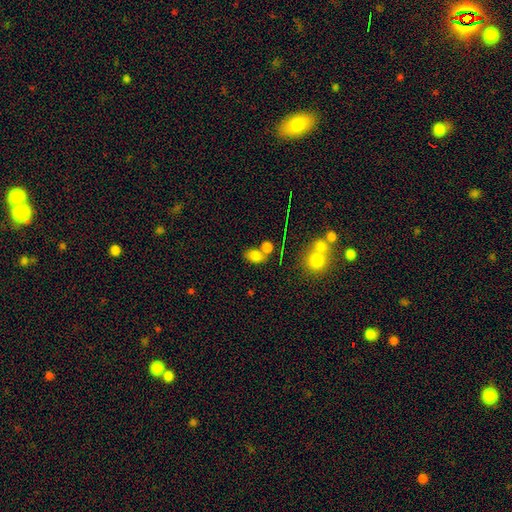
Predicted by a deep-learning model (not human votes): smooth_or_featured: smooth (p=0.77) [alt: star or artifact p=0.13]
how_rounded: in between (p=0.78) [alt: round p=0.20]
merging: none (p=0.51) [alt: merger p=0.30]